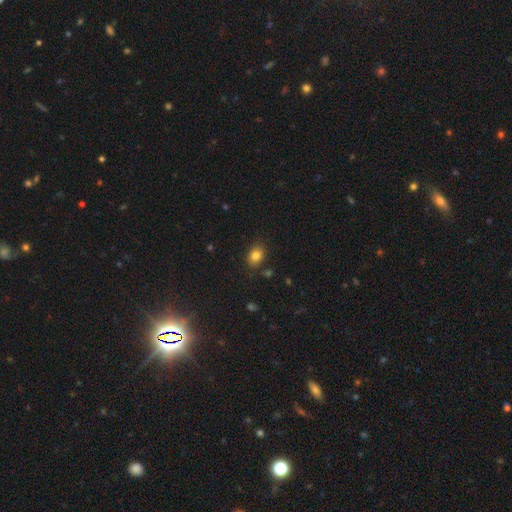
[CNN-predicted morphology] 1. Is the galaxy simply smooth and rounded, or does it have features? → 82% smooth, 11% star or artifact, 7% featured or disk.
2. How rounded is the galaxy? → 67% in between, 32% round, 1% cigar-shaped.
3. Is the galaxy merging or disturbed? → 83% none, 12% minor disturbance, 3% major disturbance, 3% merger.